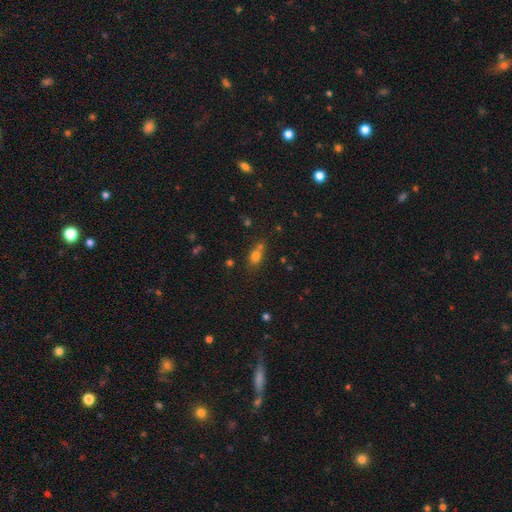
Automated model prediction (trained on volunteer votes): smooth_or_featured: smooth (p=0.72) [alt: star or artifact p=0.17]
how_rounded: in between (p=0.58) [alt: round p=0.36]
merging: none (p=0.47) [alt: merger p=0.30]